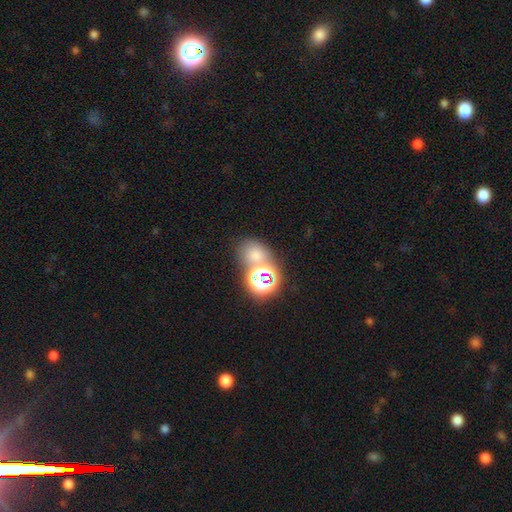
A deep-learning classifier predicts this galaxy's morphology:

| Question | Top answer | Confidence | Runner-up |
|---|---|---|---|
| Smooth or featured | smooth | 58% | star or artifact (31%) |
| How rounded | round | 63% | in between (36%) |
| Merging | none | 51% | merger (34%) |